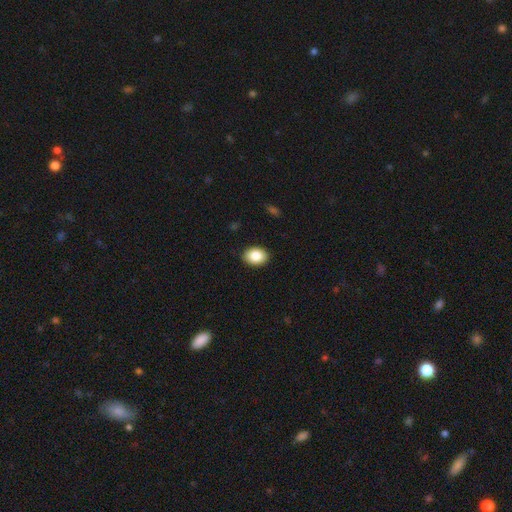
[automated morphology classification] The model was most divided on "how rounded": in between: 74%, round: 25%, cigar-shaped: 1%. More confident: merging — none (90%); smooth or featured — smooth (86%).